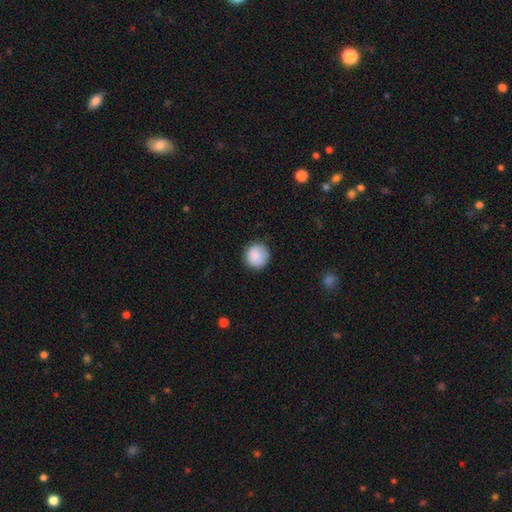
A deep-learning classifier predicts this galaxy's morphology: Smooth or featured? Predicted: smooth (p=0.89). How rounded? Predicted: round (p=0.93). Merging? Predicted: none (p=0.88).